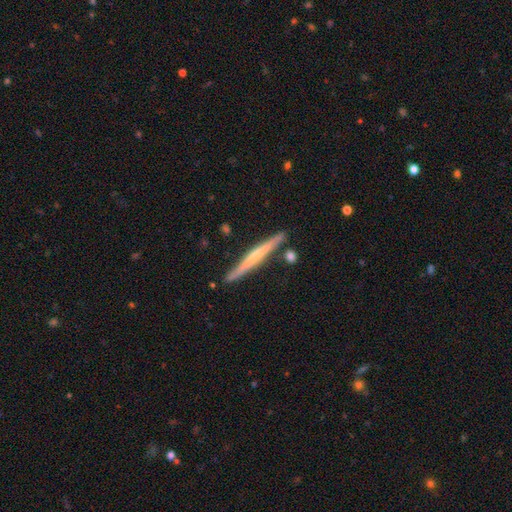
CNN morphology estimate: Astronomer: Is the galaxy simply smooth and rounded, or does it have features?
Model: featured or disk — 57% (runner-up: smooth, 38%).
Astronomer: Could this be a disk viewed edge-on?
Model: yes — 96%.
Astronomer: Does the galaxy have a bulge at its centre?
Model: none — 57%.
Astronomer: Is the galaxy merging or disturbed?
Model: none — 84%.